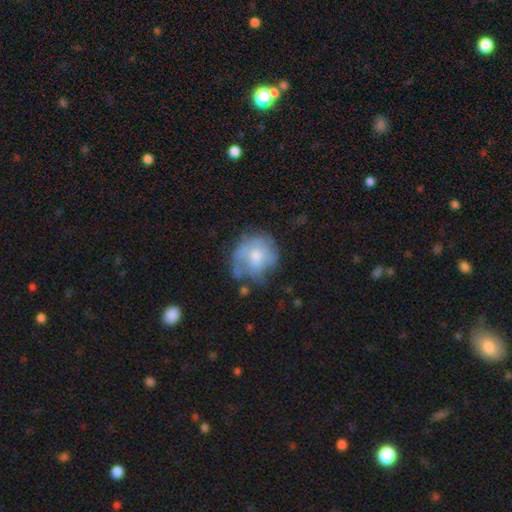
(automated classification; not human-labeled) Overall: featured or disk (46%; smooth 45%). Merging: none (47%; minor disturbance 28%).